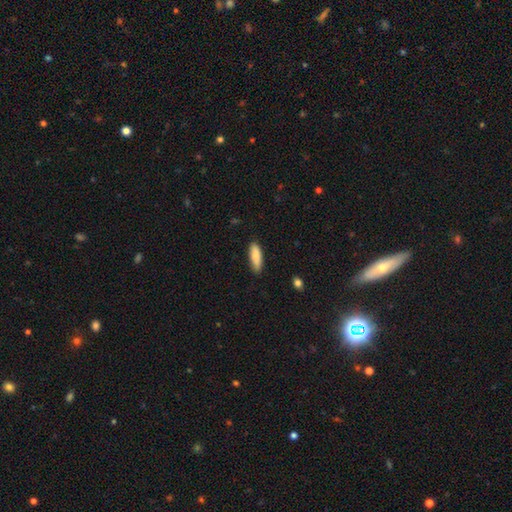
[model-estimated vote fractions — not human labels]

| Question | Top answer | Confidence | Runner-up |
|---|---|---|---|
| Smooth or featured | smooth | 81% | featured or disk (13%) |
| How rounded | in between | 56% | cigar-shaped (42%) |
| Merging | none | 84% | minor disturbance (13%) |